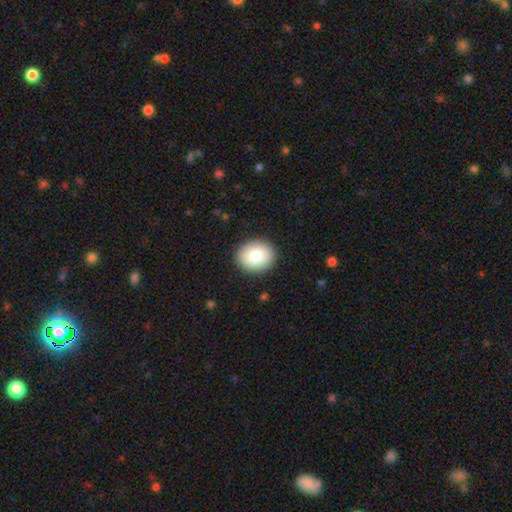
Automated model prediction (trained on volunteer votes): smooth_or_featured: smooth (p=0.82) [alt: featured or disk p=0.11]
how_rounded: round (p=0.62) [alt: in between p=0.37]
merging: none (p=0.90) [alt: minor disturbance p=0.07]